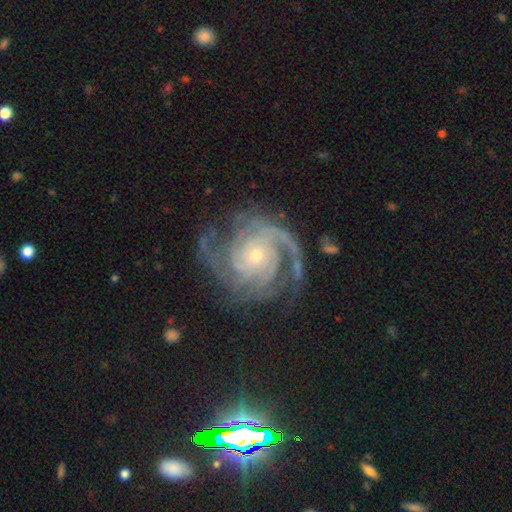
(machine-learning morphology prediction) type=featured or disk (91%); edge-on=no (98%); bar=no (73%); spiral arms=yes (98%); winding=tight (66%); arm count=3 (29%); bulge=small (67%); merging=none (71%).